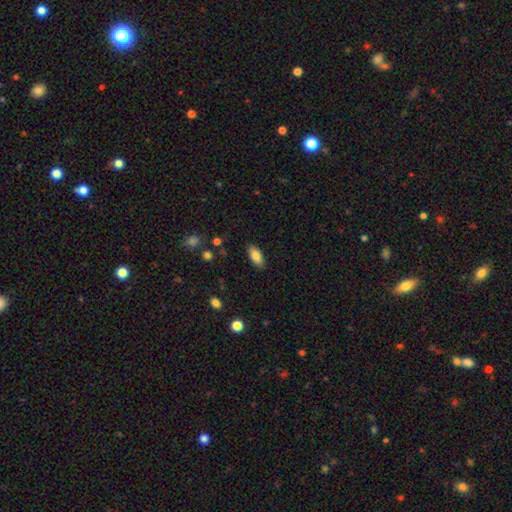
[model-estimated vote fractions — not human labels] A smooth galaxy with no disk features (82%) that is in between round and cigar-shaped (89%). Merging: none (87%).